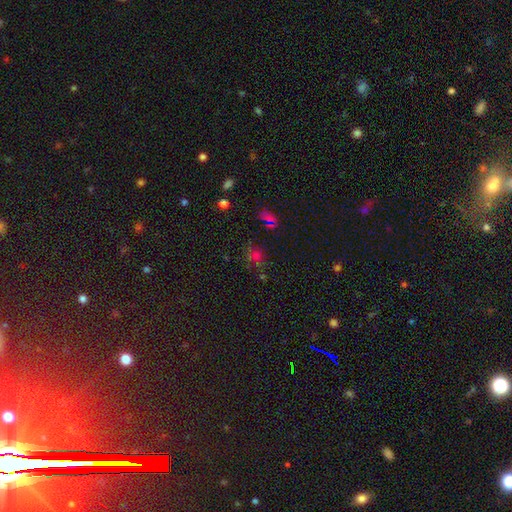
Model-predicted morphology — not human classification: smooth_or_featured: smooth (p=0.48) [alt: star or artifact p=0.39]
merging: none (p=0.60) [alt: minor disturbance p=0.17]